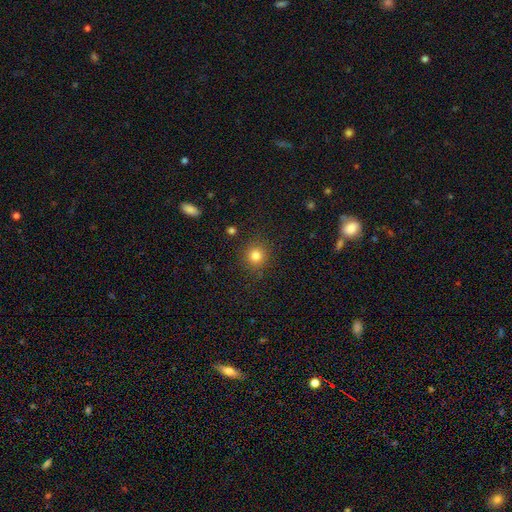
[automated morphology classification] The model was most divided on "smooth or featured": smooth: 81%, star or artifact: 13%, featured or disk: 6%. More confident: how rounded — round (92%); merging — none (89%).